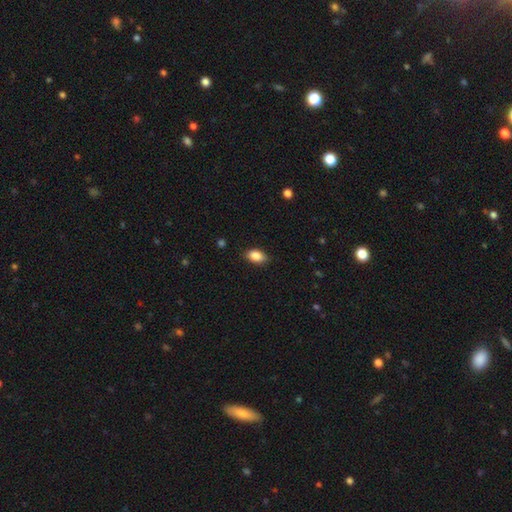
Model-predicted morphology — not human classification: Overall: smooth (87%). How rounded: in between (91%). Merging: none (85%).